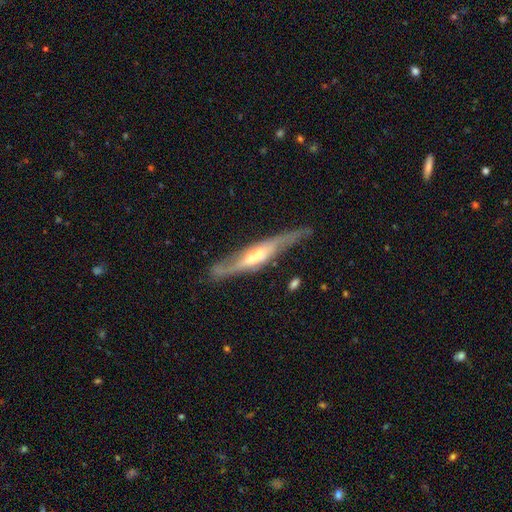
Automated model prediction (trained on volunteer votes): A featured or disk galaxy (79%) viewed edge-on (60%).

Vote fractions:
- Smooth or featured? featured or disk: 79% / smooth: 16% / star or artifact: 5%
- Edge-on disk? yes: 60% / no: 40%
- Merging? none: 69% / minor disturbance: 21% / major disturbance: 8% / merger: 2%